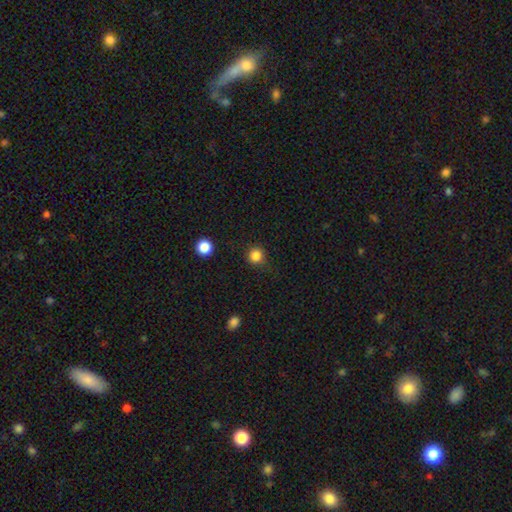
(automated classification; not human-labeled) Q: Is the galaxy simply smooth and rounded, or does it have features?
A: smooth — 84%.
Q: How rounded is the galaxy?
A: round — 94%.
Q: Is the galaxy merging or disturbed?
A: none — 86%.